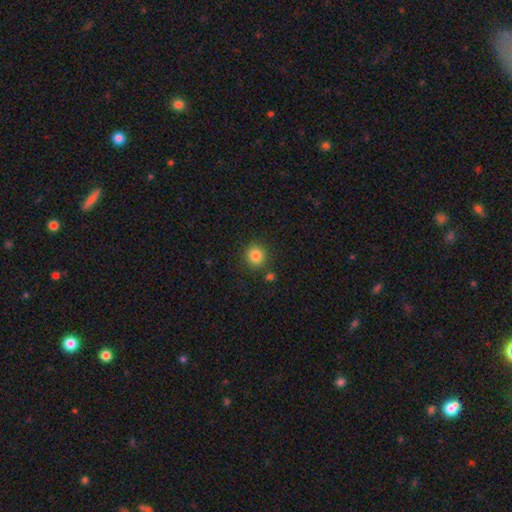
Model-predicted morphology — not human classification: This is clearly a smooth galaxy (84%). How rounded: clearly round (91%). Merging: clearly none (85%).